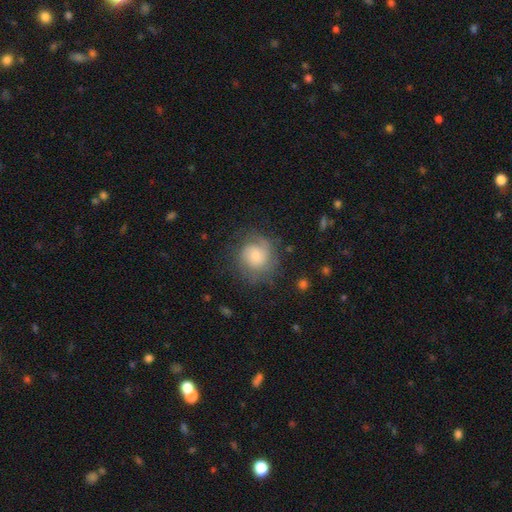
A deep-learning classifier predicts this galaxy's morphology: A featured or disk galaxy (55%) with no bar (74%), spiral arms (87%) and a small central bulge (44%).

Vote fractions:
- Smooth or featured? featured or disk: 55% / smooth: 36% / star or artifact: 9%
- Edge-on disk? no: 98% / yes: 2%
- Bar? no: 74% / weak: 23% / strong: 3%
- Spiral arms? yes: 87% / no: 13%
- Bulge size? small: 44% / moderate: 40% / large: 10% / none: 4% / dominant: 2%
- Merging? none: 71% / minor disturbance: 17% / major disturbance: 10% / merger: 1%